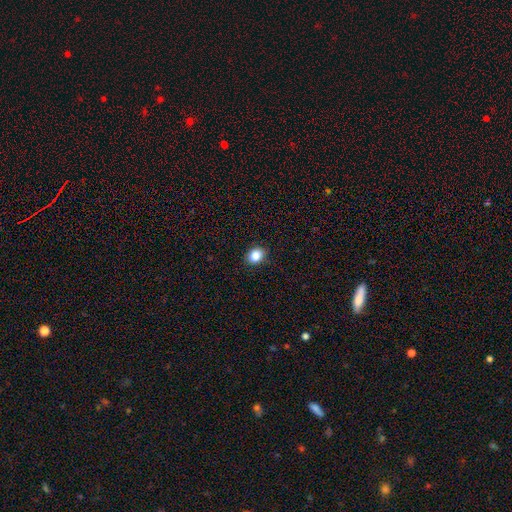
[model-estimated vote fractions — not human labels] Smooth or featured?
  - smooth: 85% *
  - star or artifact: 10%
  - featured or disk: 5%
How rounded?
  - in between: 55% *
  - round: 44%
  - cigar-shaped: 1%
Merging?
  - none: 89% *
  - minor disturbance: 8%
  - major disturbance: 2%
  - merger: 1%